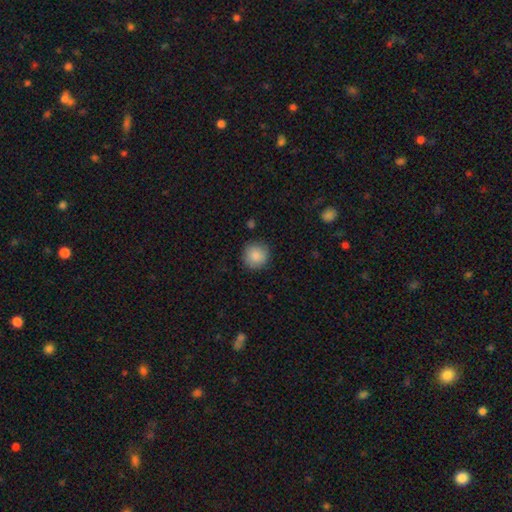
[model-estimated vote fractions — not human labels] Smooth or featured: smooth — 88% (star or artifact — 8%)
How rounded: round — 94% (in between — 5%)
Merging: none — 89% (minor disturbance — 7%)